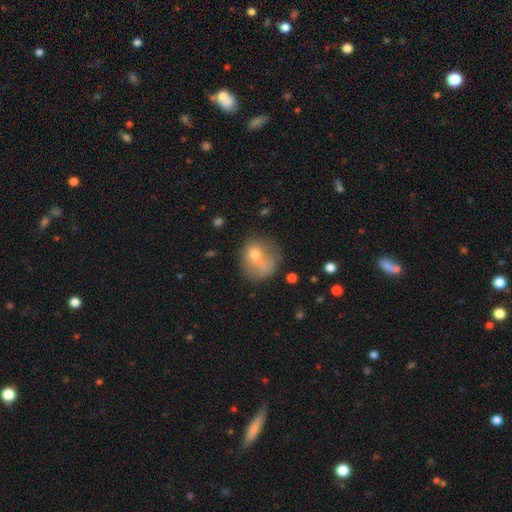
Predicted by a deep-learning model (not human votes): The model was most divided on "merging": none: 41%, minor disturbance: 26%, major disturbance: 21%, merger: 11%. More confident: how rounded — round (64%); smooth or featured — smooth (61%).